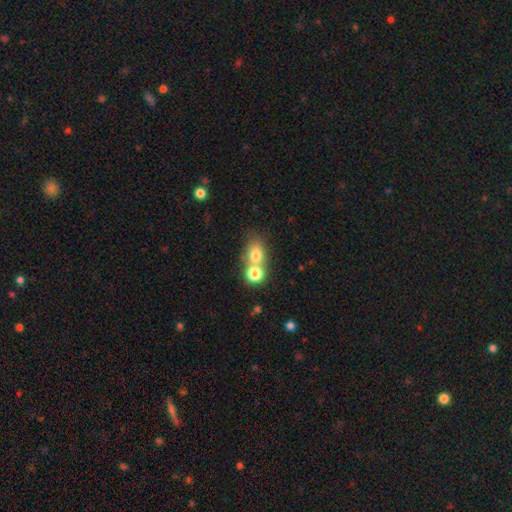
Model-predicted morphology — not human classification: smooth_or_featured: smooth (p=0.73) [alt: star or artifact p=0.15]
how_rounded: round (p=0.51) [alt: in between p=0.48]
merging: merger (p=0.43) [alt: none p=0.42]